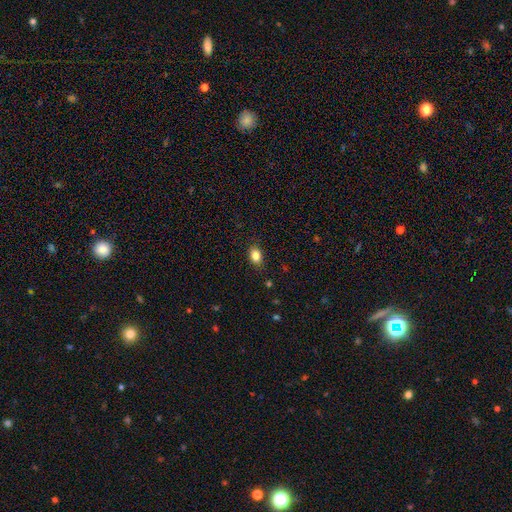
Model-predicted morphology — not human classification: A smooth galaxy with no disk features (84%) that is in between round and cigar-shaped (75%). Merging: none (85%).